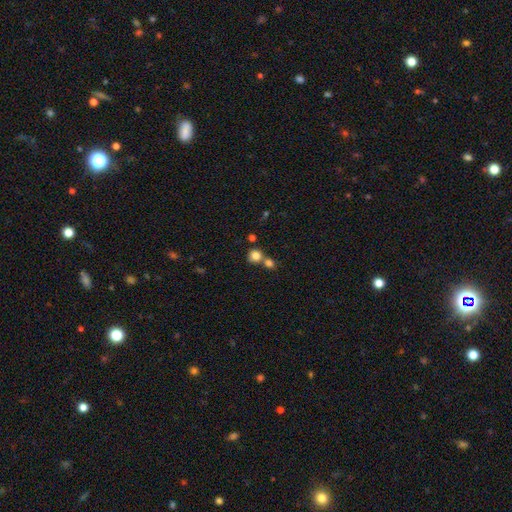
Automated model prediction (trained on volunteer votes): smooth 81%, star or artifact 11%, featured or disk 8%. Down the decision tree: how rounded — round (84%); merging — none (46%).